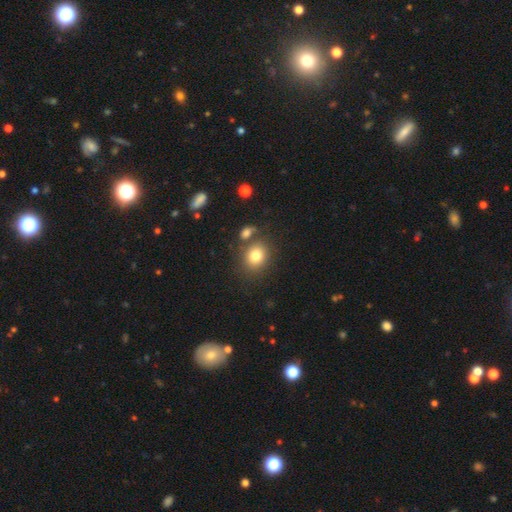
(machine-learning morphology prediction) smooth_or_featured: smooth (p=0.80) [alt: star or artifact p=0.11]
how_rounded: round (p=0.64) [alt: in between p=0.35]
merging: none (p=0.69) [alt: merger p=0.16]